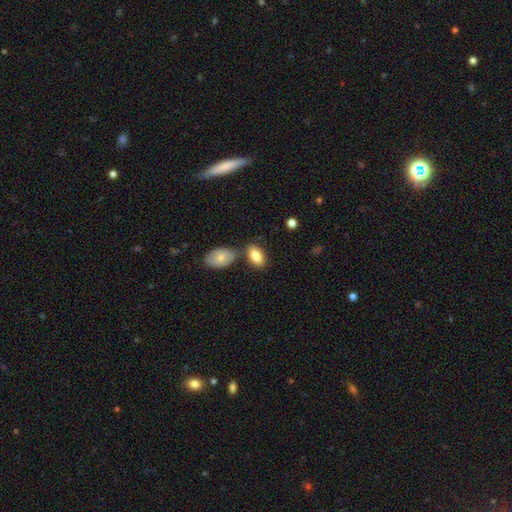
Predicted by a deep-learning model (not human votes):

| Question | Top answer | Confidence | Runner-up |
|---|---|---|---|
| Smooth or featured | smooth | 82% | featured or disk (11%) |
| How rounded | in between | 92% | round (5%) |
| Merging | none | 62% | merger (20%) |